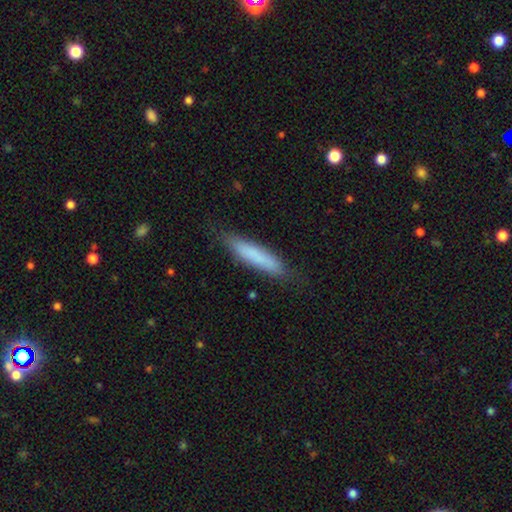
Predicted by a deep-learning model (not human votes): Q: Smooth or featured?
A: smooth (78%); runner-up: featured or disk (16%)
Q: How rounded?
A: cigar-shaped (86%); runner-up: in between (12%)
Q: Merging?
A: none (83%); runner-up: minor disturbance (13%)